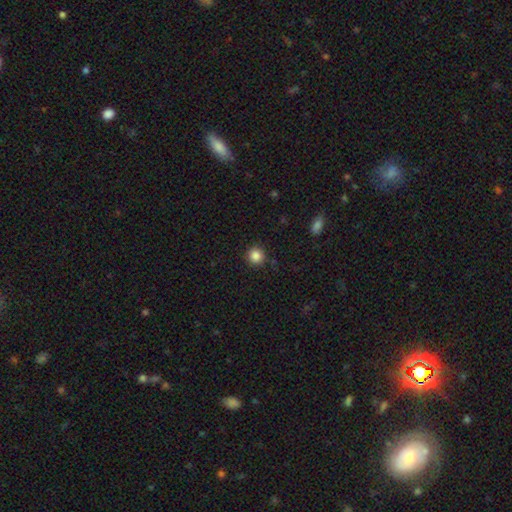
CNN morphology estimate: This appears to be a smooth galaxy with no disk features (86%) that is round (94%). Merging: none (91%).